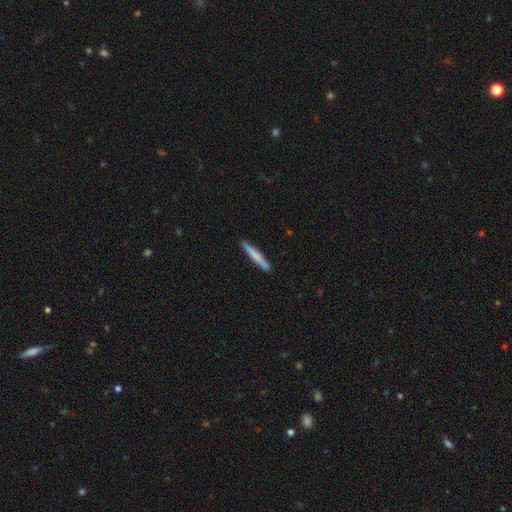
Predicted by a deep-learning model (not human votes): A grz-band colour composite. It shows a smooth galaxy with no disk features (71%) that is cigar-shaped (96%). Merging: none (91%).